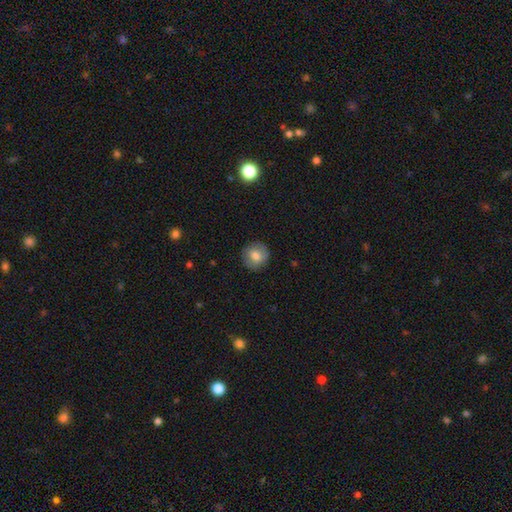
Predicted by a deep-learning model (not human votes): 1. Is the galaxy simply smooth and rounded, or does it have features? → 75% smooth, 17% featured or disk, 8% star or artifact.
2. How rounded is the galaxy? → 88% round, 11% in between, 1% cigar-shaped.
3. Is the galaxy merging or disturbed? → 86% none, 11% minor disturbance, 3% major disturbance, 1% merger.